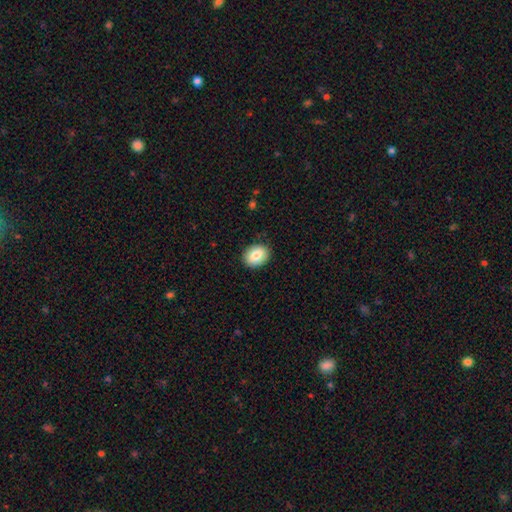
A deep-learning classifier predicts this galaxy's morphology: Smooth or featured? Predicted: smooth (p=0.84). How rounded? Predicted: in between (p=0.63). Merging? Predicted: none (p=0.88).